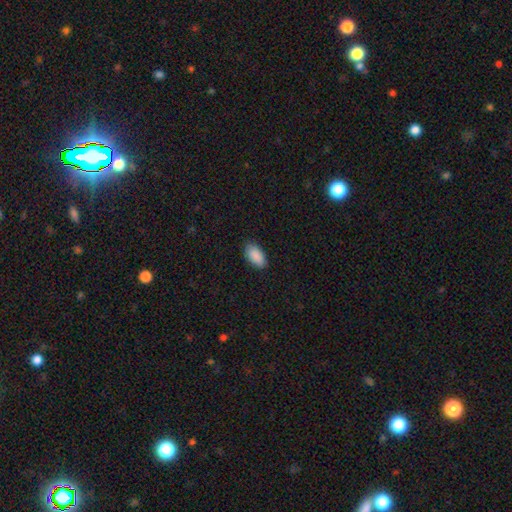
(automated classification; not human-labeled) Q: Smooth or featured?
A: smooth (90%); runner-up: star or artifact (7%)
Q: How rounded?
A: in between (94%); runner-up: cigar-shaped (3%)
Q: Merging?
A: none (86%); runner-up: minor disturbance (11%)